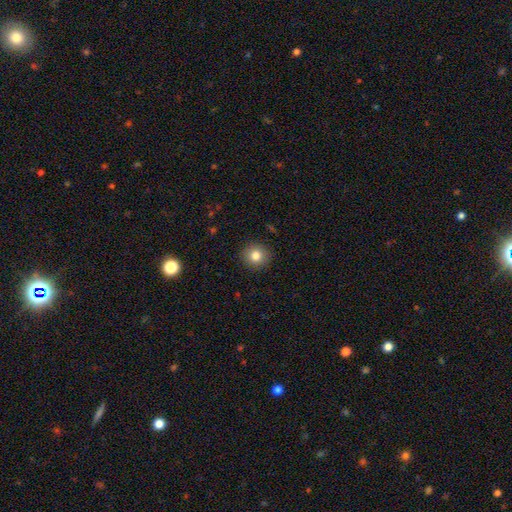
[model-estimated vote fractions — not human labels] This is clearly a smooth galaxy (81%). How rounded: clearly round (91%). Merging: clearly none (91%).